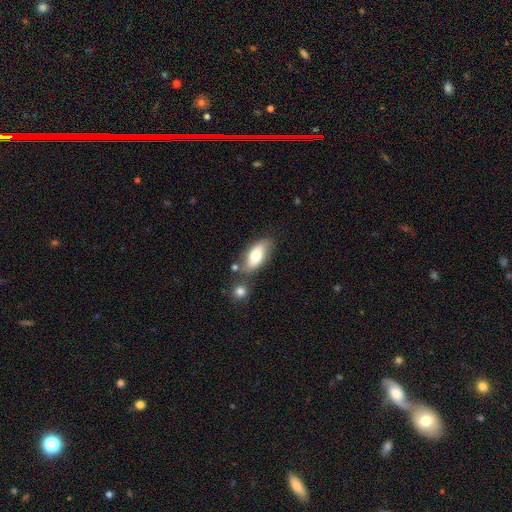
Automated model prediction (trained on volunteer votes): smooth_or_featured: smooth (p=0.70) [alt: featured or disk p=0.23]
how_rounded: in between (p=0.87) [alt: cigar-shaped p=0.09]
merging: none (p=0.66) [alt: minor disturbance p=0.17]